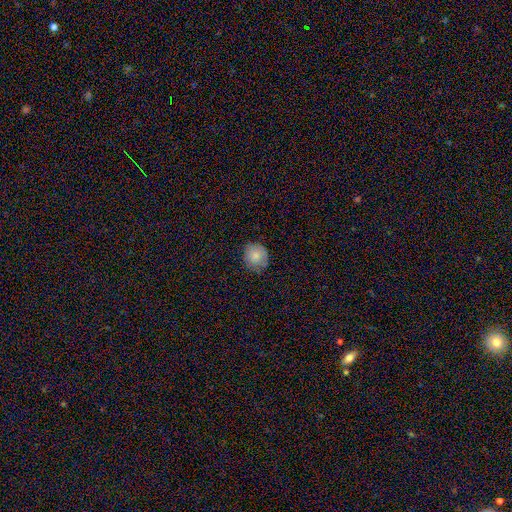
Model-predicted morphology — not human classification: The model was most divided on "merging": none: 75%, minor disturbance: 20%, major disturbance: 4%, merger: 1%. More confident: how rounded — round (86%); smooth or featured — smooth (82%).